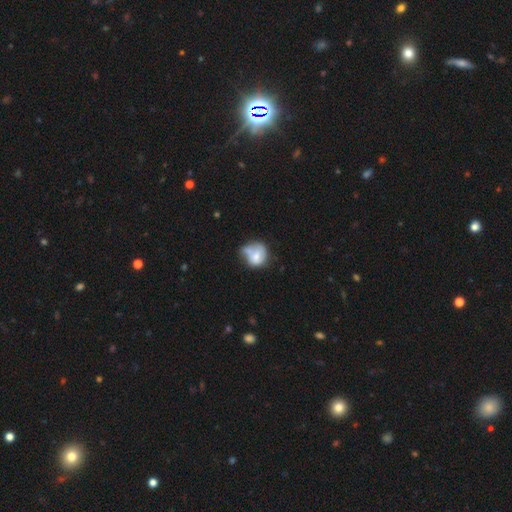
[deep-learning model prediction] Smooth or featured? smooth (60%)
How rounded? round (67%)
Merging? none (30%)